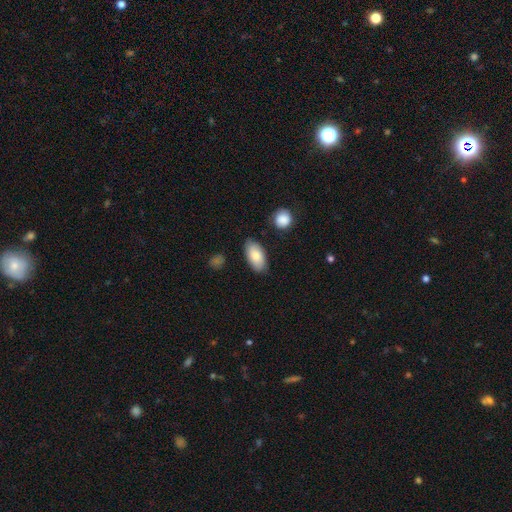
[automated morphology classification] This is clearly a smooth galaxy (82%). How rounded: clearly in between (93%). Merging: clearly none (82%).